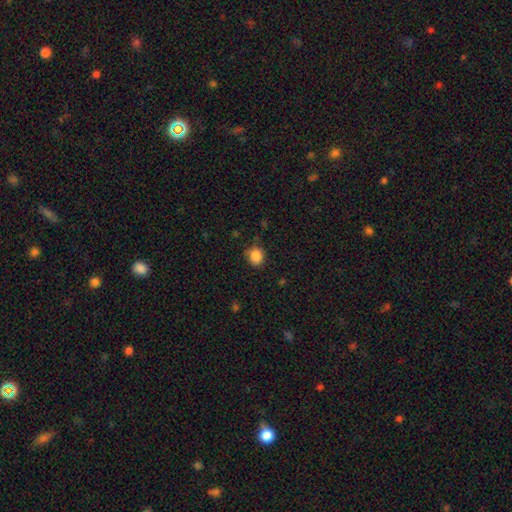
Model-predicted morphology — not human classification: This is clearly a smooth galaxy (86%). How rounded: likely round (71%). Merging: likely none (76%).